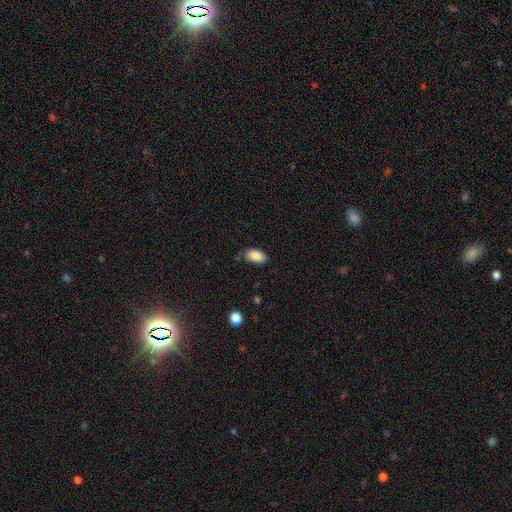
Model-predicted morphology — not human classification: type=smooth (88%); roundness=in between (93%); merging=none (78%).